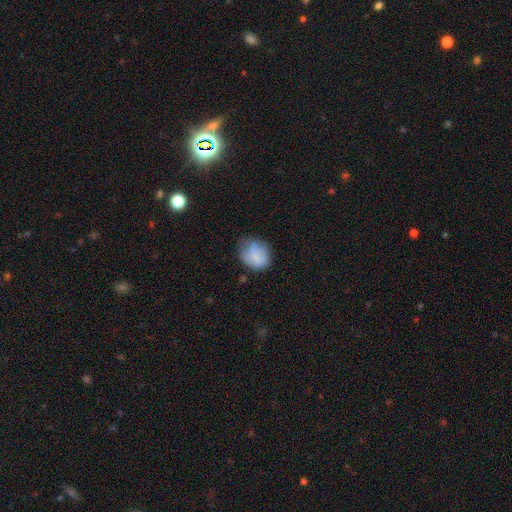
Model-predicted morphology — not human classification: smooth-or-featured: smooth: 73% | featured or disk: 18% | star or artifact: 8%
  how-rounded: round: 54% | in between: 45% | cigar-shaped: 1%
  merging: none: 46% | minor disturbance: 35% | major disturbance: 16% | merger: 3%